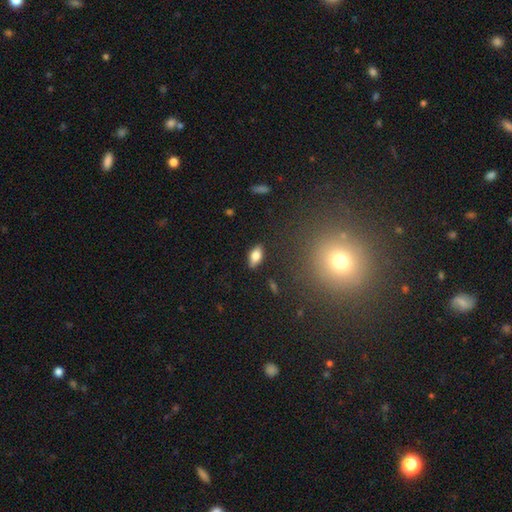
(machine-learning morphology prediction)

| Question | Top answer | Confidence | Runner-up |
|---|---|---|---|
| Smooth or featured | smooth | 75% | featured or disk (17%) |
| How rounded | in between | 87% | cigar-shaped (9%) |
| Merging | none | 86% | minor disturbance (10%) |